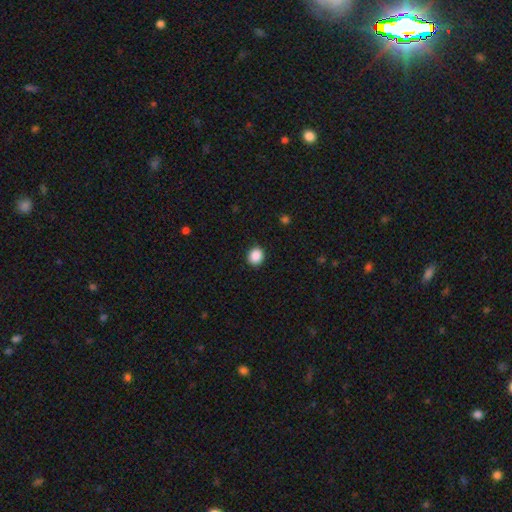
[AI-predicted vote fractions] A smooth galaxy with no disk features (89%) that is round (71%). Merging: none (91%).